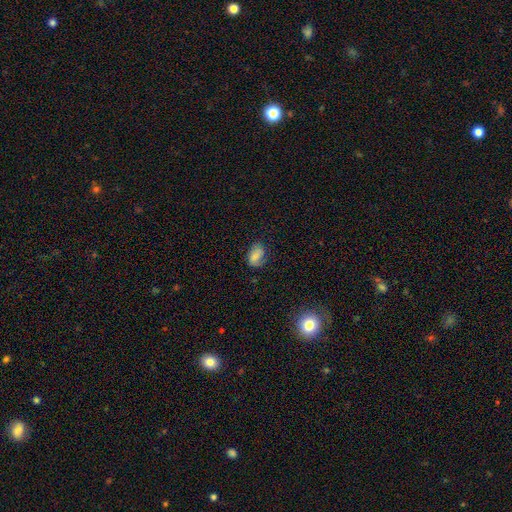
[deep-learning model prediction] smooth 70%, featured or disk 20%, star or artifact 10%. Down the decision tree: how rounded — in between (83%); merging — none (58%).